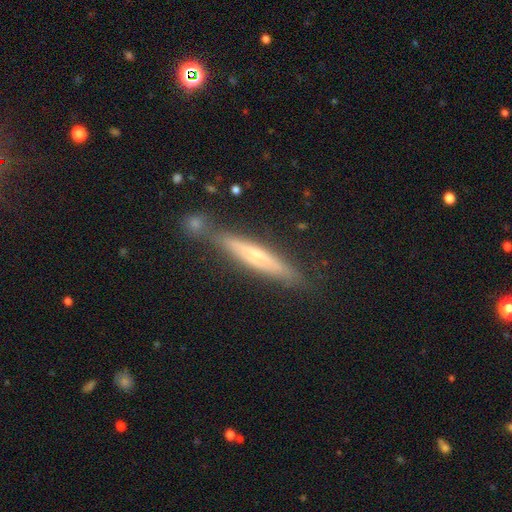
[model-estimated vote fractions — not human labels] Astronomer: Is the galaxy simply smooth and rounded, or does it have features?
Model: featured or disk — 55% (runner-up: smooth, 37%).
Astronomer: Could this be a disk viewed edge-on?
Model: yes — 90%.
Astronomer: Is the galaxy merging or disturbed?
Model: none — 74%.